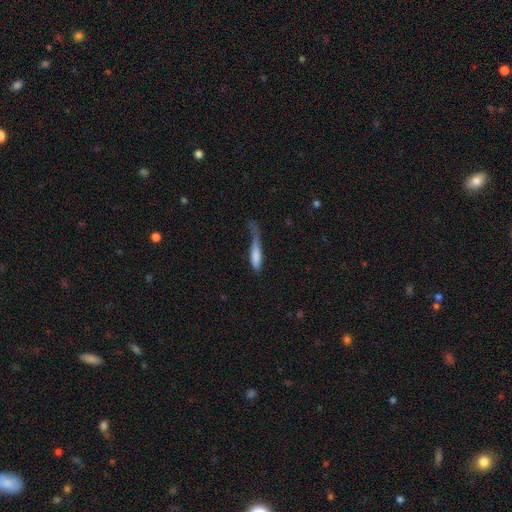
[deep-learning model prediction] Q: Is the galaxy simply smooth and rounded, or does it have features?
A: smooth — 75%.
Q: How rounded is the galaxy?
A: cigar-shaped — 71%.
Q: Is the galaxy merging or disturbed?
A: major disturbance — 41%.